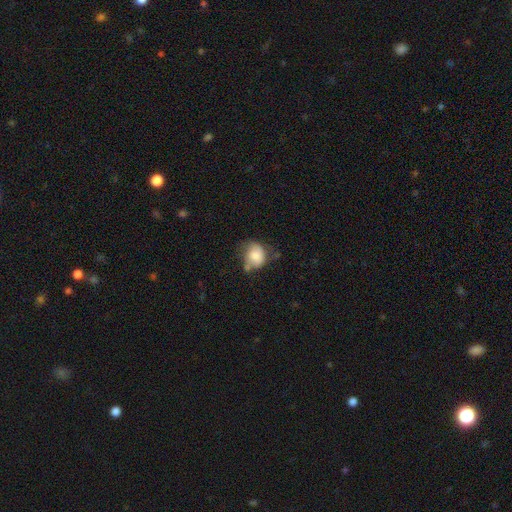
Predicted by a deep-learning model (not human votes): Smooth or featured? smooth (73%)
How rounded? round (54%)
Merging? none (38%)